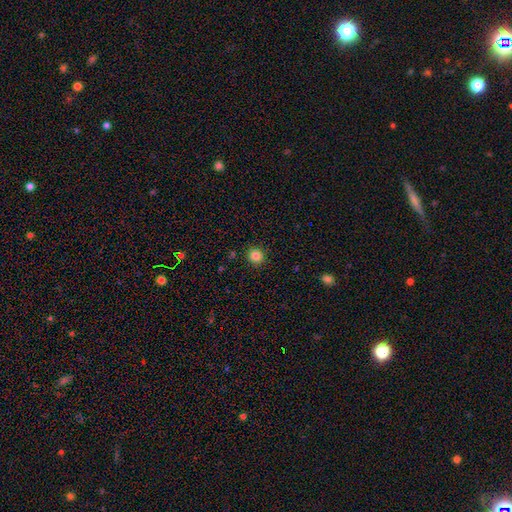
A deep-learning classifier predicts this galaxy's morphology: Smooth or featured? smooth (83%)
How rounded? round (92%)
Merging? none (91%)